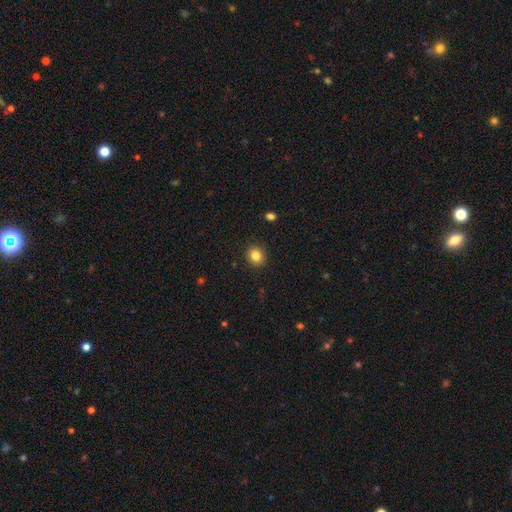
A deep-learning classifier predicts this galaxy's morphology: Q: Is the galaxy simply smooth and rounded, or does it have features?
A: smooth — 84%.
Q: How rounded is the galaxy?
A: round — 73%.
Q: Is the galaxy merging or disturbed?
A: none — 91%.